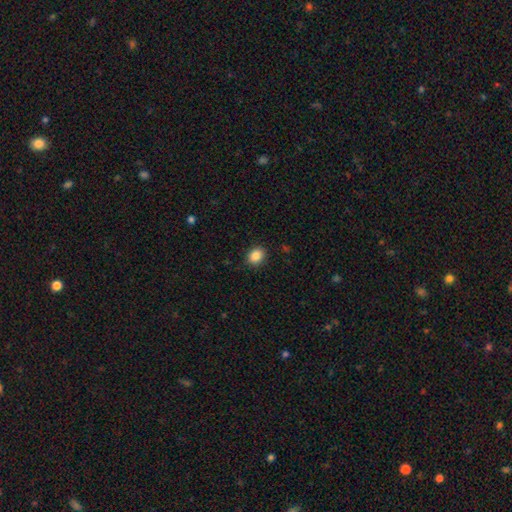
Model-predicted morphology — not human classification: Q: Smooth or featured?
A: smooth (86%); runner-up: star or artifact (10%)
Q: How rounded?
A: round (52%); runner-up: in between (47%)
Q: Merging?
A: none (89%); runner-up: minor disturbance (8%)